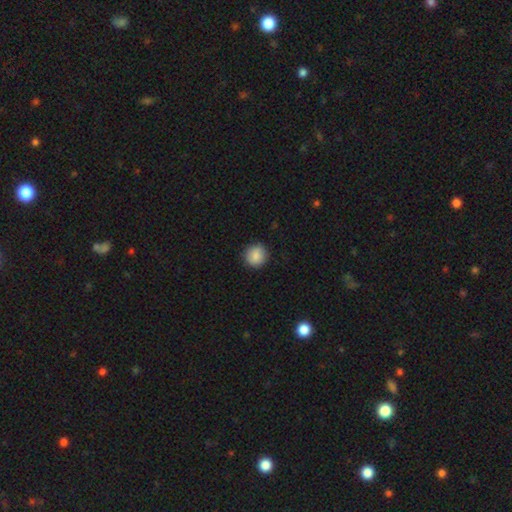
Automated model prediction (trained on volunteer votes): smooth_or_featured: smooth (p=0.87) [alt: star or artifact p=0.08]
how_rounded: round (p=0.89) [alt: in between p=0.10]
merging: none (p=0.89) [alt: minor disturbance p=0.08]